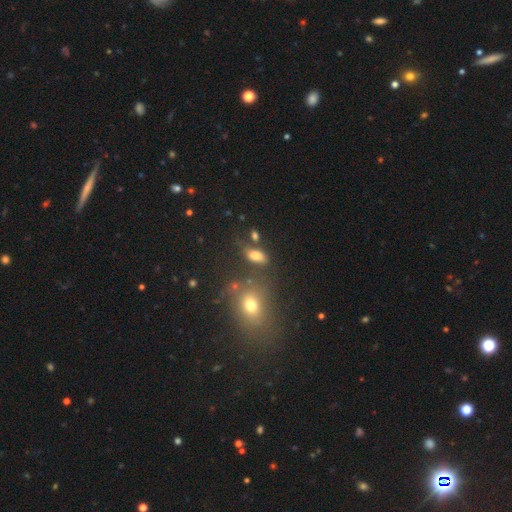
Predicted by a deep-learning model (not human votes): A smooth galaxy with no disk features (76%) that is in between round and cigar-shaped (85%). Merging: none (59%).